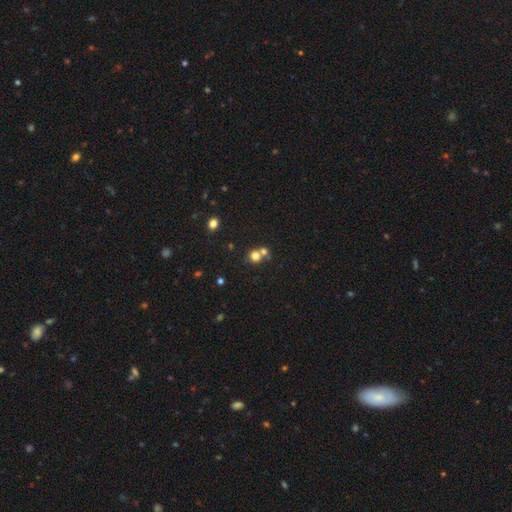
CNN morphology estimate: Smooth or featured?
  - smooth: 73% *
  - star or artifact: 16%
  - featured or disk: 11%
How rounded?
  - round: 84% *
  - in between: 15%
  - cigar-shaped: 1%
Merging?
  - none: 48% *
  - merger: 42%
  - minor disturbance: 7%
  - major disturbance: 3%